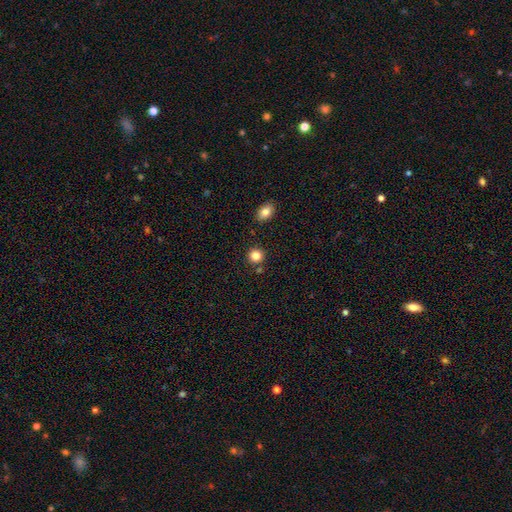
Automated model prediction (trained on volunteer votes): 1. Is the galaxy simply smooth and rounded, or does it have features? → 85% smooth, 11% star or artifact, 5% featured or disk.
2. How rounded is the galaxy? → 91% round, 8% in between, 1% cigar-shaped.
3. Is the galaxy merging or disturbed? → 85% none, 7% minor disturbance, 6% merger, 2% major disturbance.